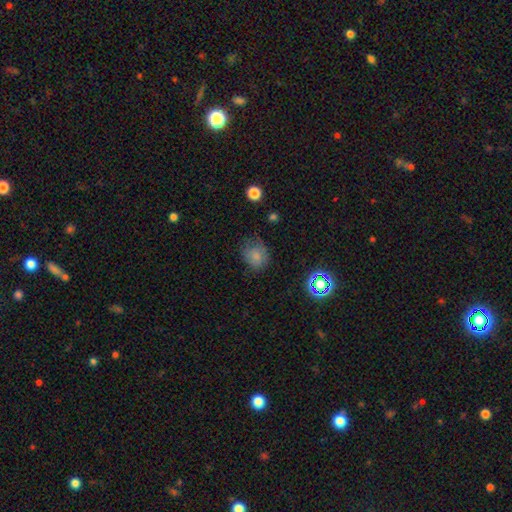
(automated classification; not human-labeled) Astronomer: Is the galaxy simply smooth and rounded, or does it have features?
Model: smooth — 74%.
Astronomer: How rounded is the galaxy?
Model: round — 66%.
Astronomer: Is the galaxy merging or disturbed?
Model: none — 59%.